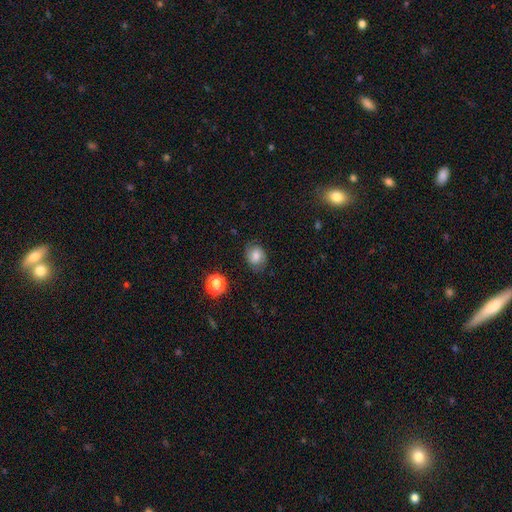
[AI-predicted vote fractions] Smooth or featured? smooth (55%)
How rounded? in between (51%)
Merging? none (78%)